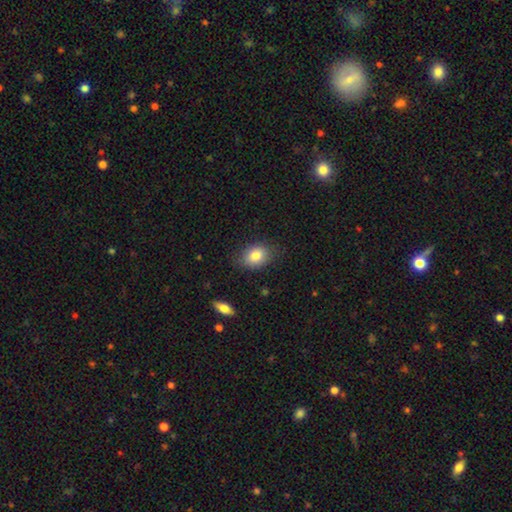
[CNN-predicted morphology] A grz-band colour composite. It shows a smooth galaxy with no disk features (82%) that is in between round and cigar-shaped (66%). Merging: none (80%).